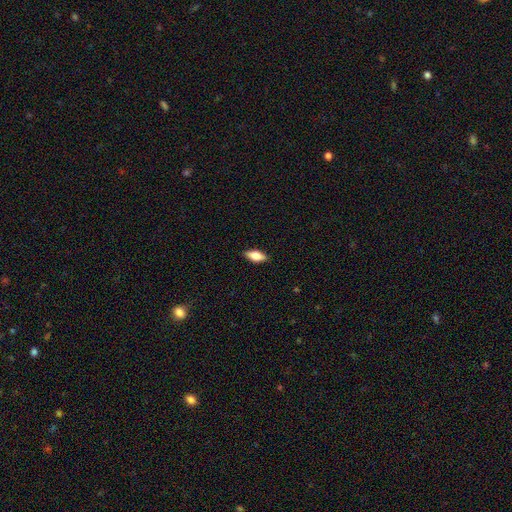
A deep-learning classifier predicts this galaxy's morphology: A smooth galaxy with no disk features (72%) that is in between round and cigar-shaped (80%). Merging: none (88%).